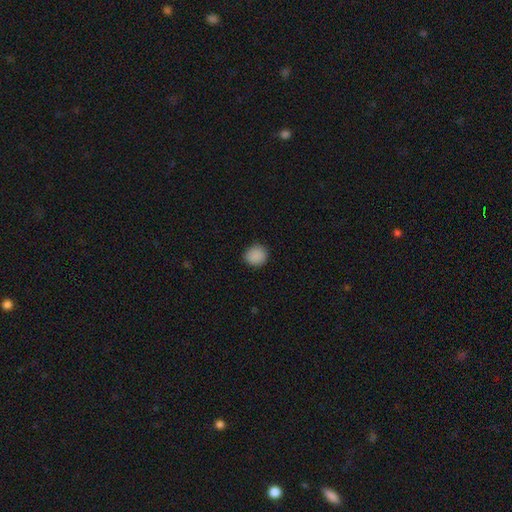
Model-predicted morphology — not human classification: A smooth galaxy with no disk features (88%) that is round (80%).

Vote fractions:
- Smooth or featured? smooth: 88% / star or artifact: 9% / featured or disk: 3%
- How rounded? round: 80% / in between: 19% / cigar-shaped: 1%
- Merging? none: 87% / minor disturbance: 9% / major disturbance: 2% / merger: 1%